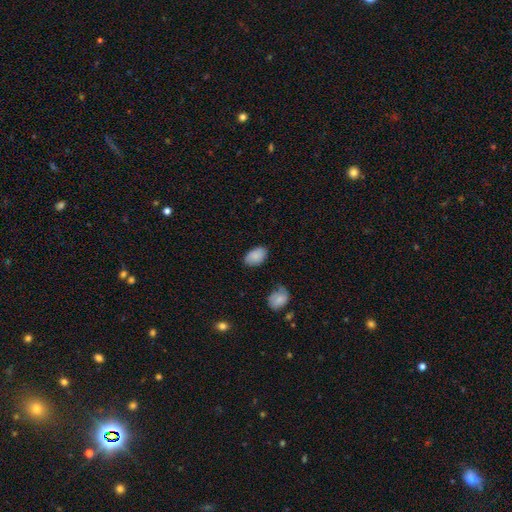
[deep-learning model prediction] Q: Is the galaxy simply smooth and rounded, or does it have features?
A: smooth — 86%.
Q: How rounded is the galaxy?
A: in between — 93%.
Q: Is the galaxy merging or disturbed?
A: none — 77%.